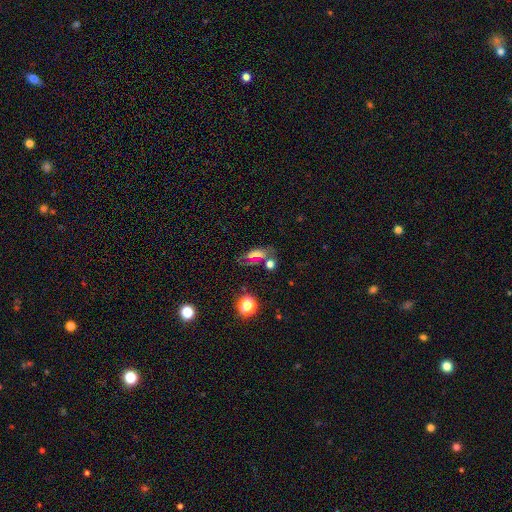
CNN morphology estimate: The model was most divided on "smooth or featured": smooth: 49%, featured or disk: 29%, star or artifact: 22%. Remaining: merging — none (48%).